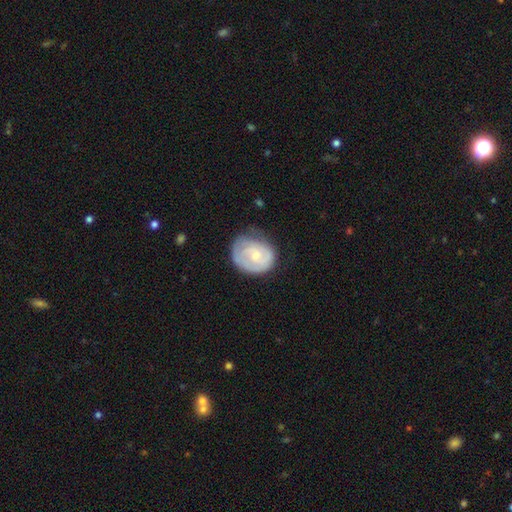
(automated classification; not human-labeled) This appears to be a featured or disk galaxy (55%) with no bar (77%), spiral arms (68%) and a small central bulge (64%). Merging: none (54%).